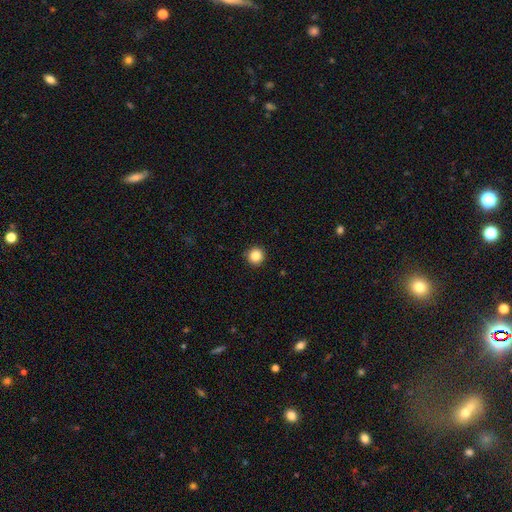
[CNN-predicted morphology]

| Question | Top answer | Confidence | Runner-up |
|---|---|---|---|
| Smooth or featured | smooth | 85% | star or artifact (11%) |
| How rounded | round | 96% | in between (3%) |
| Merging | none | 93% | minor disturbance (5%) |